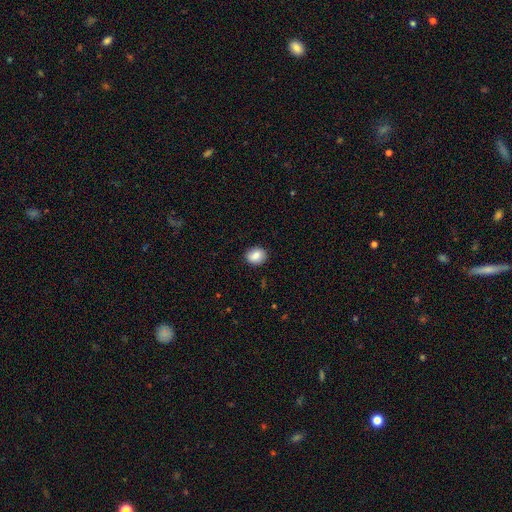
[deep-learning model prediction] Smooth or featured: smooth — 86% (star or artifact — 8%)
How rounded: round — 53% (in between — 46%)
Merging: none — 87% (minor disturbance — 10%)